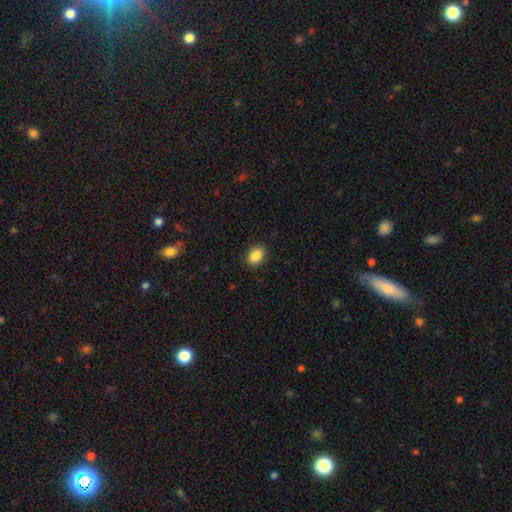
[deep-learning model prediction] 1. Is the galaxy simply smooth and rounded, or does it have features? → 88% smooth, 9% star or artifact, 4% featured or disk.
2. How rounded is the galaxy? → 70% in between, 29% round, 1% cigar-shaped.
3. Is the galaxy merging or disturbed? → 90% none, 7% minor disturbance, 2% major disturbance, 1% merger.